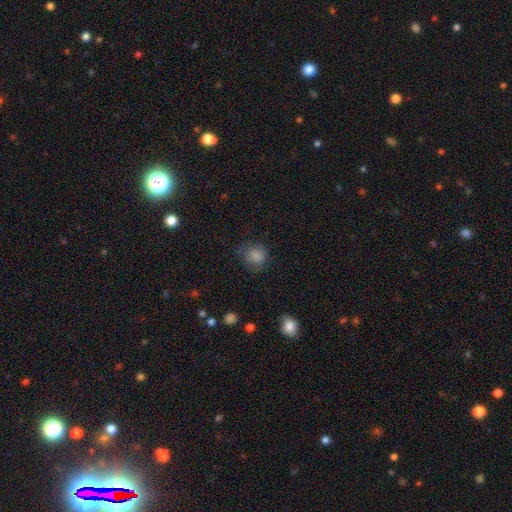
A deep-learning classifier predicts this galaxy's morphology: The model was most divided on "merging": none: 69%, minor disturbance: 21%, major disturbance: 9%, merger: 1%. More confident: smooth or featured — smooth (83%); how rounded — round (82%).